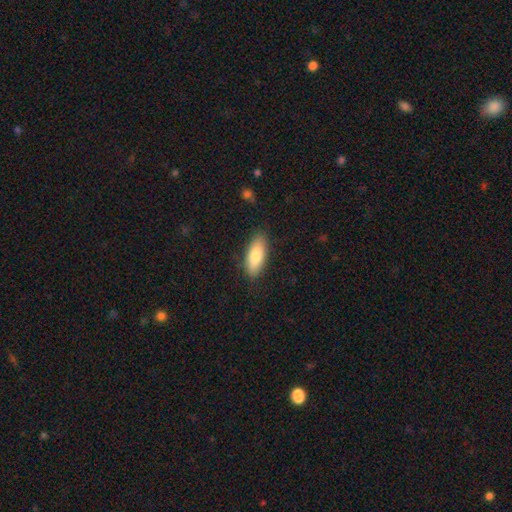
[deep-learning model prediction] Morphology: type=smooth (81%); roundness=in between (77%); merging=none (86%).